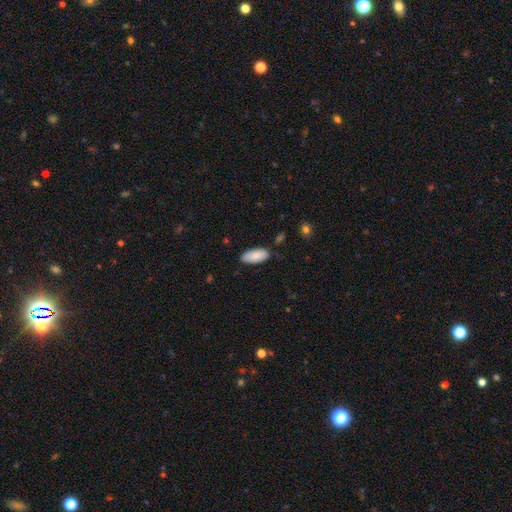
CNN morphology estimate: Overall: smooth (87%). How rounded: in between (91%). Merging: none (80%).